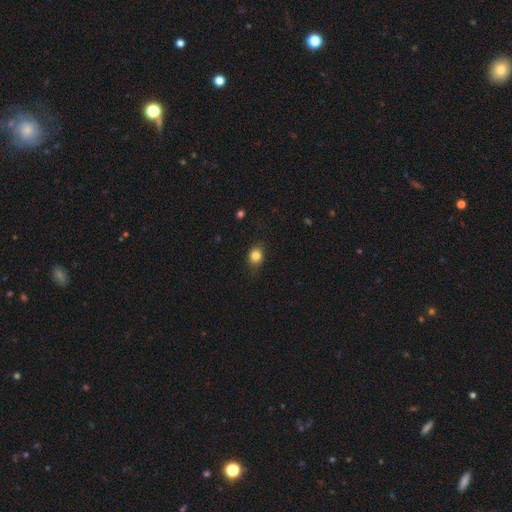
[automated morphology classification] Q: Smooth or featured?
A: smooth (82%); runner-up: star or artifact (10%)
Q: How rounded?
A: round (56%); runner-up: in between (42%)
Q: Merging?
A: none (75%); runner-up: minor disturbance (20%)